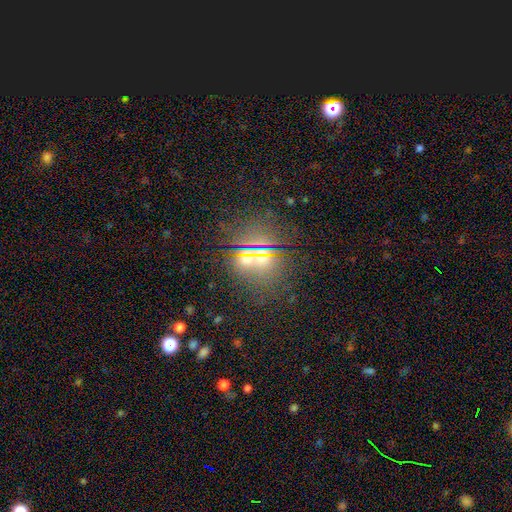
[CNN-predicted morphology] Smooth or featured?
  - star or artifact: 65% *
  - smooth: 24%
  - featured or disk: 11%